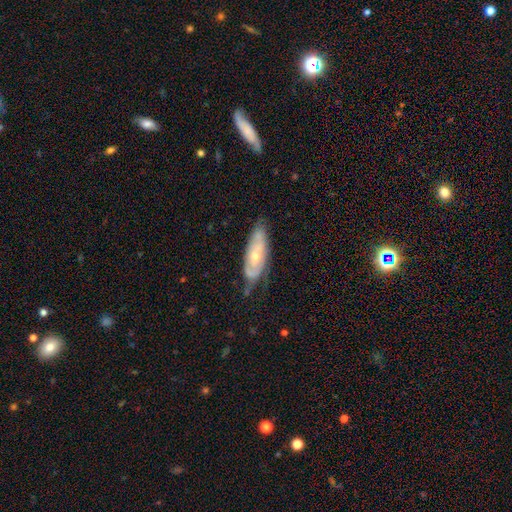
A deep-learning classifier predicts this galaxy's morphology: Smooth or featured: featured or disk — 65% (smooth — 29%)
Edge-on disk: no — 81% (yes — 19%)
Bar: no — 78% (weak — 18%)
Spiral arms: yes — 73% (no — 27%)
Bulge size: small — 50% (moderate — 47%)
Merging: none — 62% (minor disturbance — 28%)